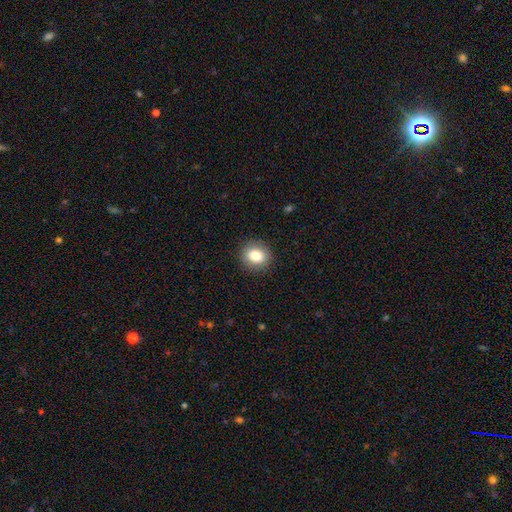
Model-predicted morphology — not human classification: Smooth or featured? smooth (82%)
How rounded? round (79%)
Merging? none (90%)